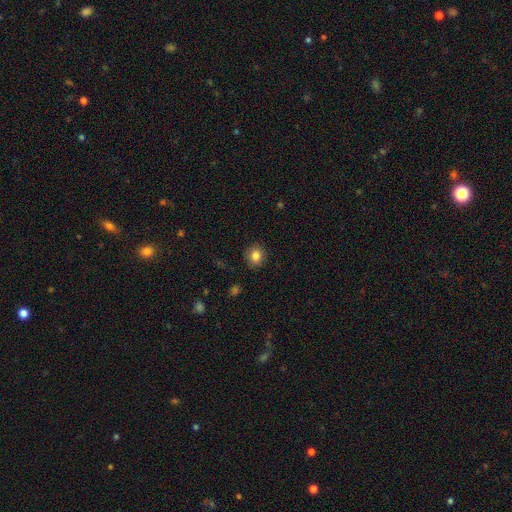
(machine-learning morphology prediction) type=smooth (83%); roundness=round (81%); merging=none (89%).